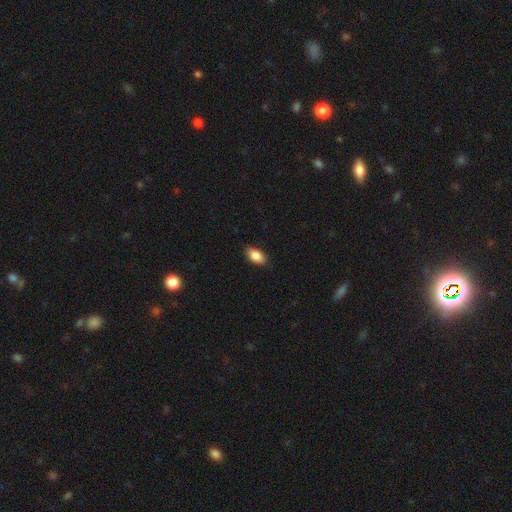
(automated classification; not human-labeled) Smooth or featured?
  - smooth: 87% *
  - star or artifact: 7%
  - featured or disk: 6%
How rounded?
  - in between: 93% *
  - round: 4%
  - cigar-shaped: 3%
Merging?
  - none: 87% *
  - minor disturbance: 10%
  - major disturbance: 2%
  - merger: 1%